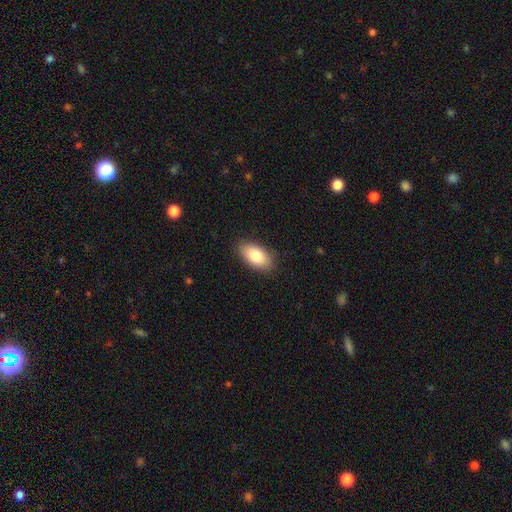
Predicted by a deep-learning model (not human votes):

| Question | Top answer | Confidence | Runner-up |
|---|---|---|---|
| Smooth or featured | smooth | 82% | featured or disk (11%) |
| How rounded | in between | 93% | cigar-shaped (4%) |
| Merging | none | 87% | minor disturbance (10%) |